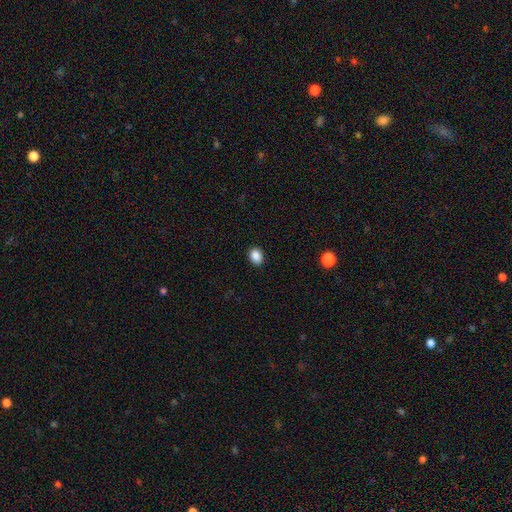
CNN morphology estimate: Smooth or featured? Predicted: smooth (p=0.87). How rounded? Predicted: in between (p=0.56). Merging? Predicted: none (p=0.90).